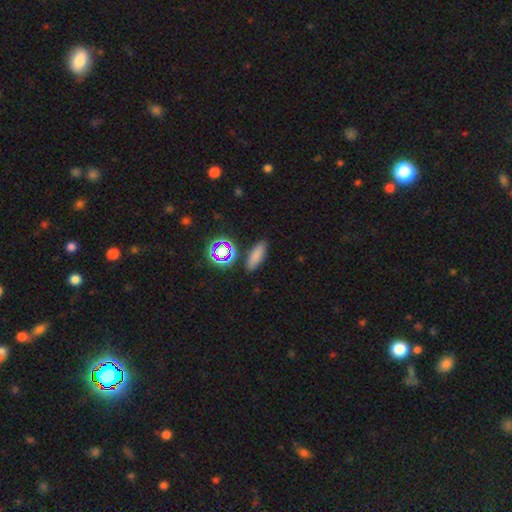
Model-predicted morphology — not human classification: Smooth or featured: smooth — 74% (star or artifact — 18%)
How rounded: in between — 67% (cigar-shaped — 26%)
Merging: none — 84% (minor disturbance — 10%)